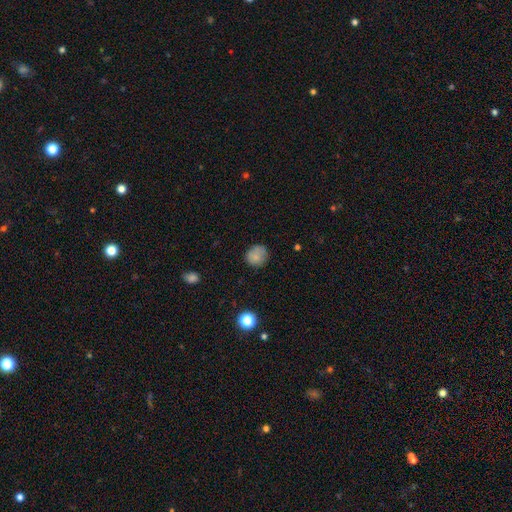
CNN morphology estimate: smooth_or_featured: smooth (p=0.82) [alt: star or artifact p=0.11]
how_rounded: round (p=0.87) [alt: in between p=0.12]
merging: none (p=0.79) [alt: minor disturbance p=0.16]